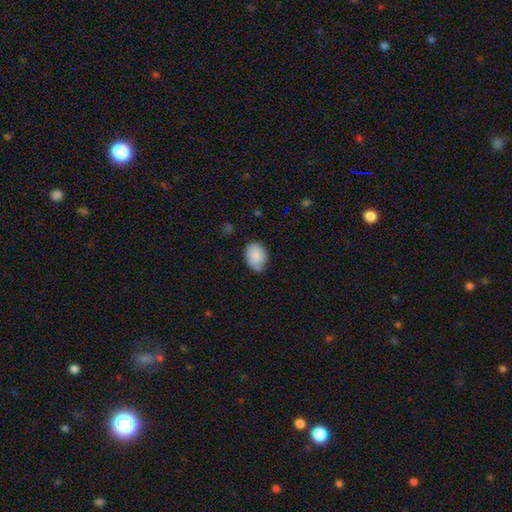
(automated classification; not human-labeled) A smooth galaxy with no disk features (86%) that is in between round and cigar-shaped (73%). Merging: none (64%).